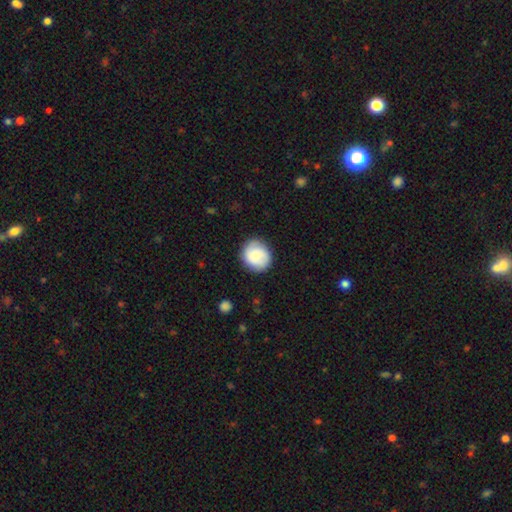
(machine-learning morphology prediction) Smooth or featured: smooth — 71% (featured or disk — 22%)
How rounded: round — 84% (in between — 16%)
Merging: none — 84% (minor disturbance — 12%)